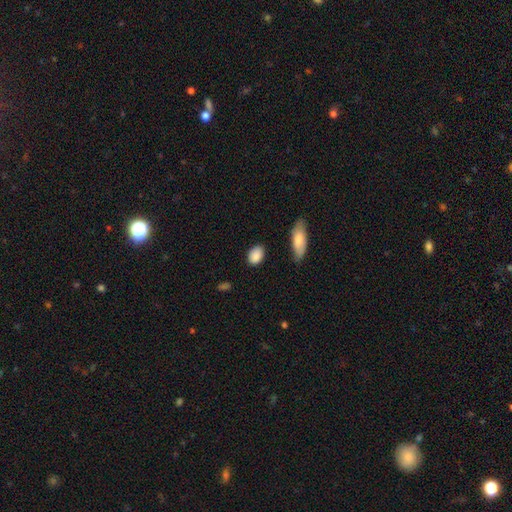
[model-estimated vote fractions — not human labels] Smooth or featured?
  - smooth: 89% *
  - star or artifact: 7%
  - featured or disk: 5%
How rounded?
  - in between: 83% *
  - round: 15%
  - cigar-shaped: 2%
Merging?
  - none: 81% *
  - minor disturbance: 14%
  - major disturbance: 3%
  - merger: 2%